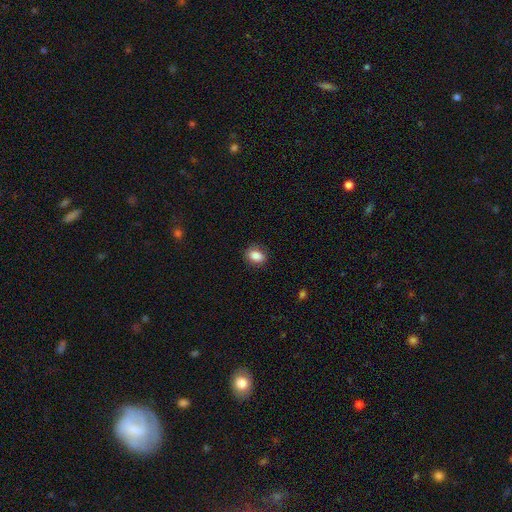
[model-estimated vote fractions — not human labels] smooth_or_featured: smooth (p=0.86) [alt: star or artifact p=0.09]
how_rounded: in between (p=0.66) [alt: round p=0.33]
merging: none (p=0.84) [alt: minor disturbance p=0.12]